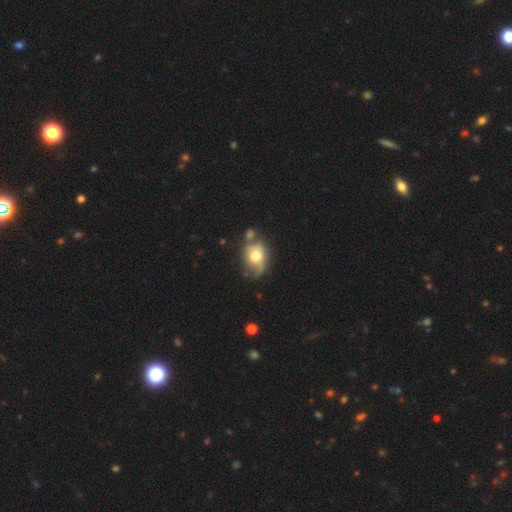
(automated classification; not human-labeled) This is likely a smooth galaxy (64%). How rounded: likely in between (62%). Merging: marginally none (40%).